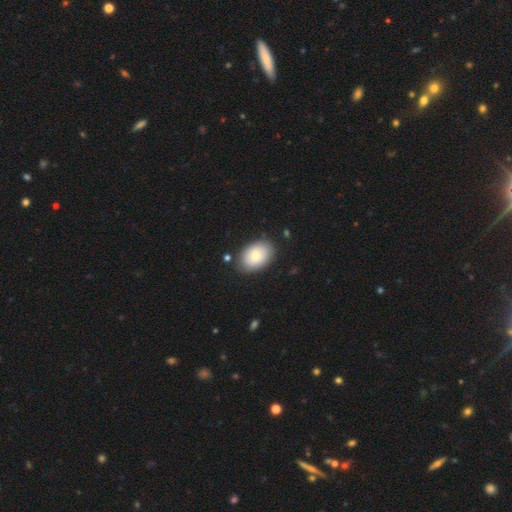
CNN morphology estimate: Smooth or featured? Predicted: smooth (p=0.79). How rounded? Predicted: in between (p=0.84). Merging? Predicted: none (p=0.82).